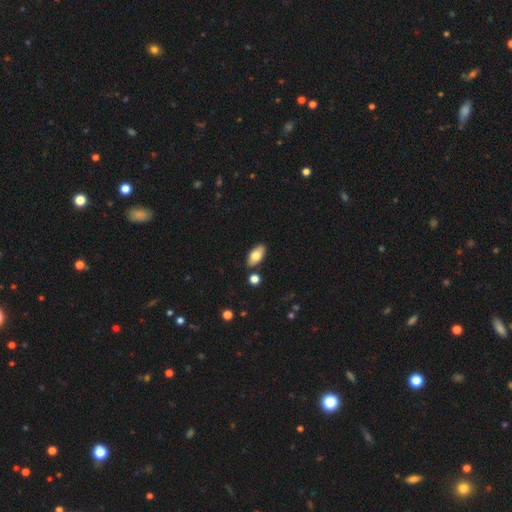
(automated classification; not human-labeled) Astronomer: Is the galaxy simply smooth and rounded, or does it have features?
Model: smooth — 75%.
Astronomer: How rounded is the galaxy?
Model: in between — 91%.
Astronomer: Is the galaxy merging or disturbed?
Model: none — 84%.